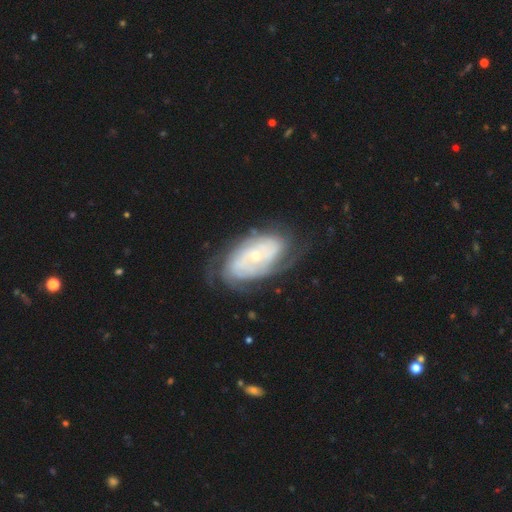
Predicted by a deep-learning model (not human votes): Smooth or featured? featured or disk (79%)
Edge-on disk? no (94%)
Bar? no (76%)
Spiral arms? yes (88%)
Spiral winding? tight (70%)
Spiral arm count? can't tell (48%)
Bulge size? small (70%)
Merging? none (67%)